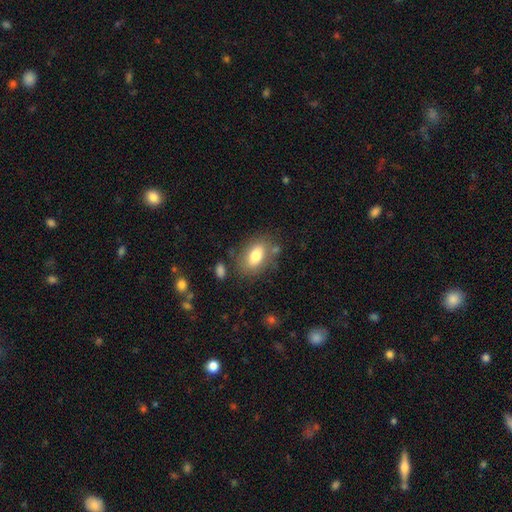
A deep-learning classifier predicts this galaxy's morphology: Smooth or featured: smooth — 75% (featured or disk — 17%)
How rounded: in between — 85% (round — 12%)
Merging: none — 72% (minor disturbance — 15%)